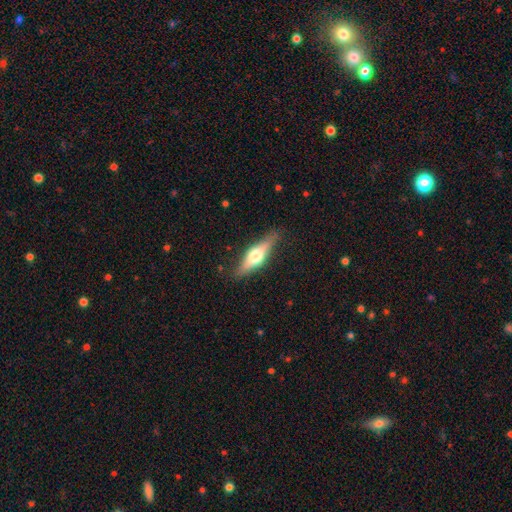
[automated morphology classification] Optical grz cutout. It shows a featured or disk galaxy (57%) viewed edge-on (93%) with a rounded central bulge (92%). Merging: none (84%).